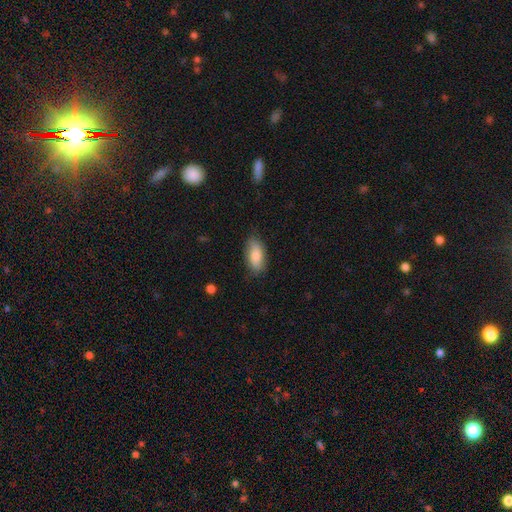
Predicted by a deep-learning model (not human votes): Smooth or featured? Predicted: smooth (p=0.78). How rounded? Predicted: in between (p=0.89). Merging? Predicted: none (p=0.78).